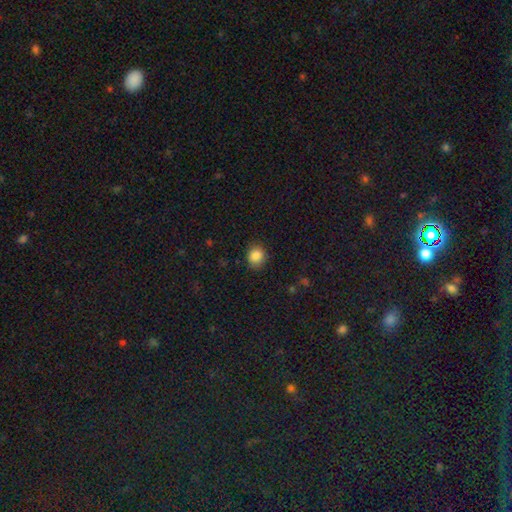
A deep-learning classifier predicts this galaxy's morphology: A smooth galaxy with no disk features (86%) that is round (69%). Merging: none (84%).